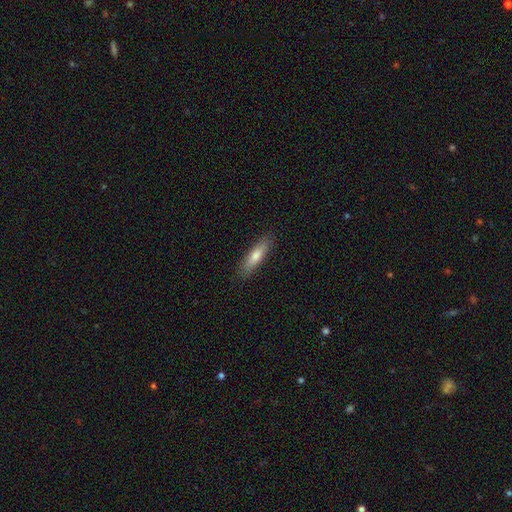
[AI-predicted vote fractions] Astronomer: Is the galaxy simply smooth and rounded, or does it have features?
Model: smooth — 72%.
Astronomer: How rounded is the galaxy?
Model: cigar-shaped — 73%.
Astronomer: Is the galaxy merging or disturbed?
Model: none — 88%.